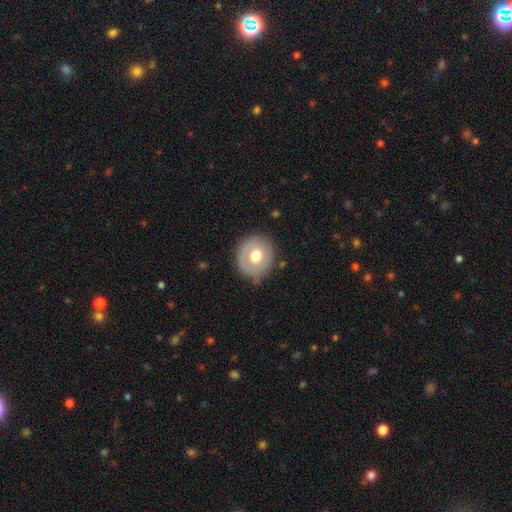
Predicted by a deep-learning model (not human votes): Morphology: type=smooth (59%); roundness=round (82%); merging=none (75%).